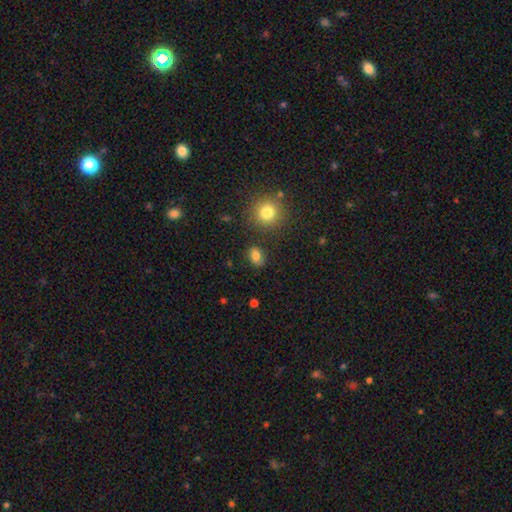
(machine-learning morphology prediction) smooth 81%, star or artifact 11%, featured or disk 7%. Down the decision tree: how rounded — in between (72%); merging — none (84%).